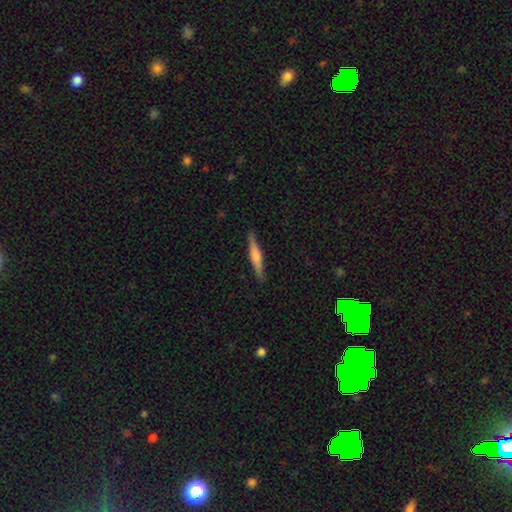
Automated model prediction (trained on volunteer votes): This is possibly a smooth galaxy (48%). Merging: clearly none (89%).